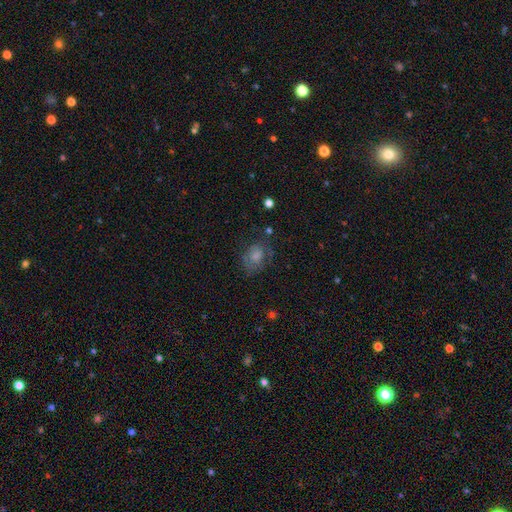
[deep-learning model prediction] This is likely a smooth galaxy (65%). How rounded: likely in between (63%). Merging: possibly none (53%).